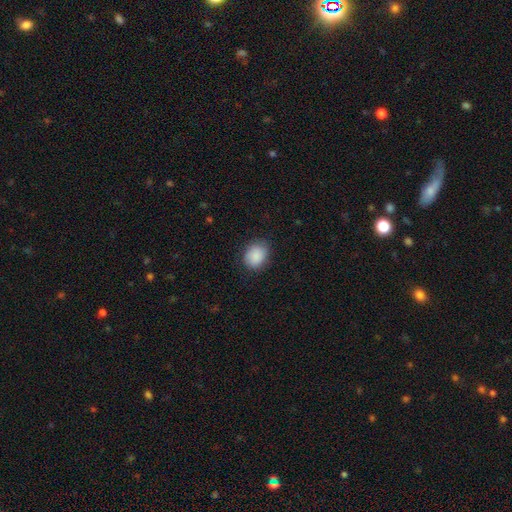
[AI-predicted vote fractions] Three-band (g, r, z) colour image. It shows a smooth galaxy with no disk features (89%) that is in between round and cigar-shaped (53%). Merging: none (82%).